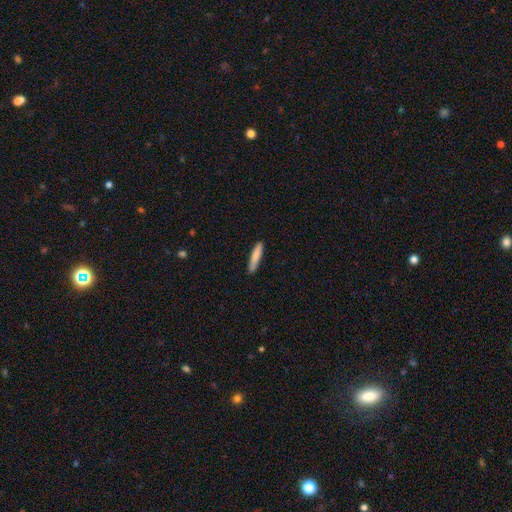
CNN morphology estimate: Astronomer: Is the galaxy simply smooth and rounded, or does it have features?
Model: smooth — 83%.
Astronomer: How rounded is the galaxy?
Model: cigar-shaped — 90%.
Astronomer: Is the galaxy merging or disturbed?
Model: none — 87%.